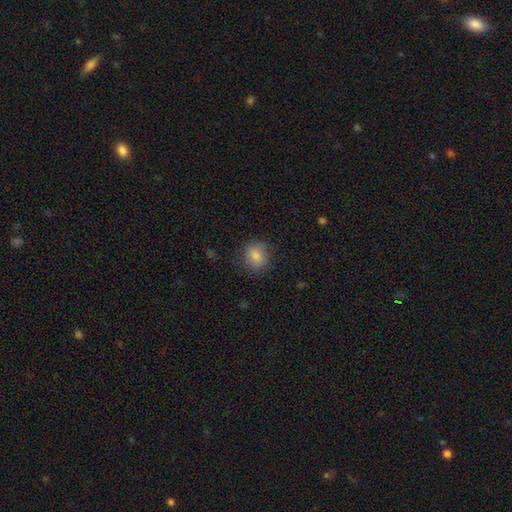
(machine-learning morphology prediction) Smooth or featured? smooth (81%)
How rounded? round (75%)
Merging? none (82%)